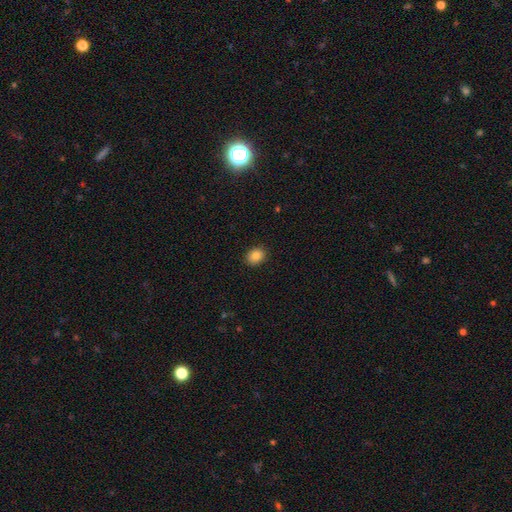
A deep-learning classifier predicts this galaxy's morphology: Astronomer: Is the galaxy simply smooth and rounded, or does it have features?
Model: smooth — 85%.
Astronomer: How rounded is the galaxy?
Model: in between — 50% (runner-up: round, 49%).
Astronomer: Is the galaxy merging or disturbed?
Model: none — 90%.